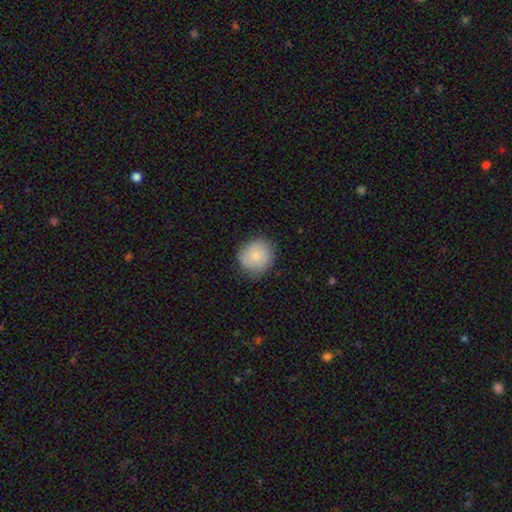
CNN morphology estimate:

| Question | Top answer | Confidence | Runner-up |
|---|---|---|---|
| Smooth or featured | smooth | 78% | featured or disk (15%) |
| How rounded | round | 89% | in between (10%) |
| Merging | none | 78% | minor disturbance (17%) |